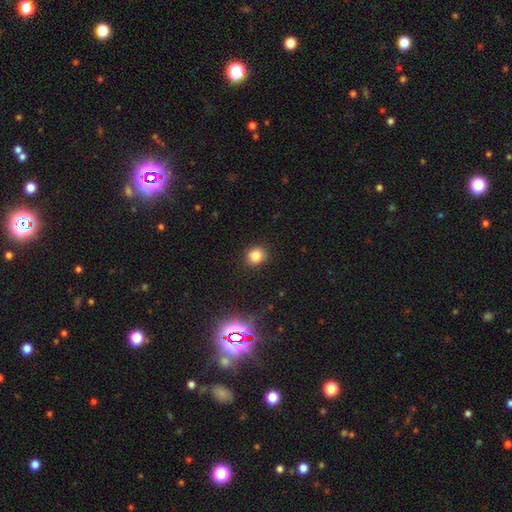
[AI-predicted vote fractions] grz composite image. It shows a smooth galaxy with no disk features (81%) that is round (77%). Merging: none (88%).